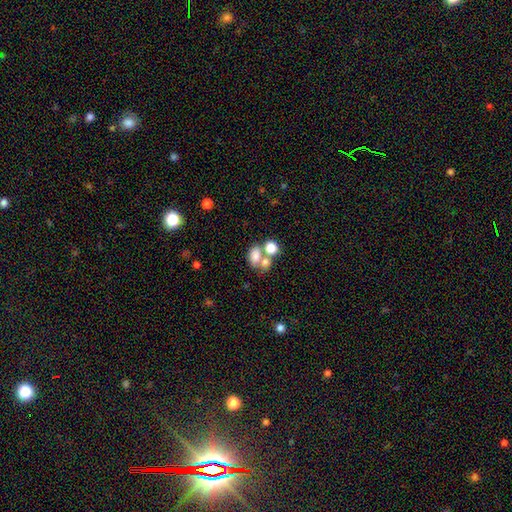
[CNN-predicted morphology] type=smooth (73%); roundness=in between (69%); merging=merger (51%).